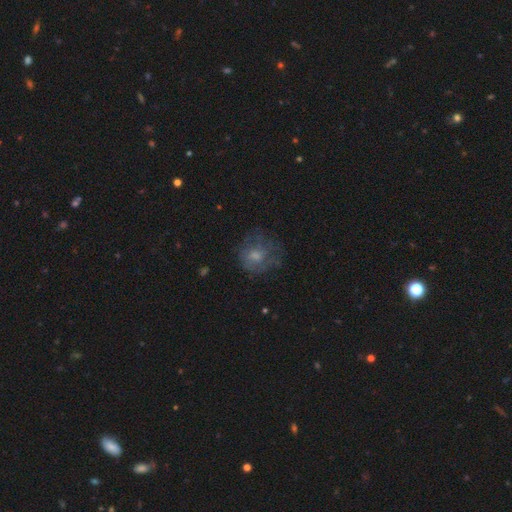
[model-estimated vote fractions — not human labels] A smooth galaxy with no disk features (52%) that is round (73%). Merging: none (54%).